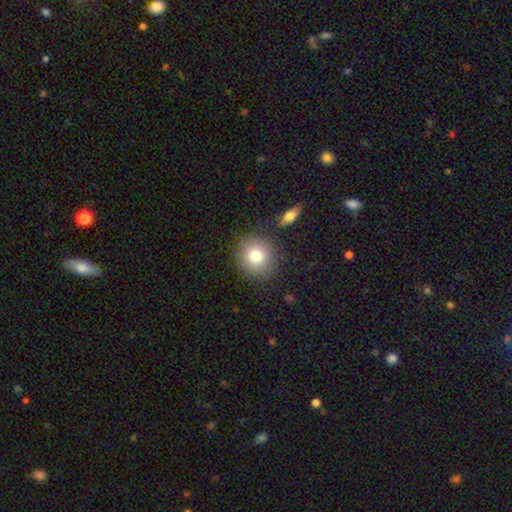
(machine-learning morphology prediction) Overall: smooth (78%). How rounded: round (88%). Merging: none (85%).